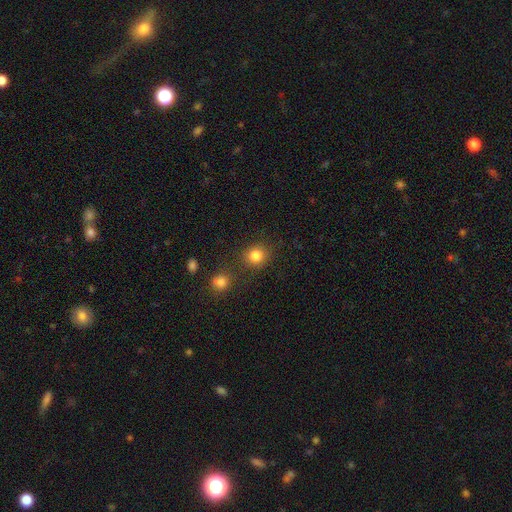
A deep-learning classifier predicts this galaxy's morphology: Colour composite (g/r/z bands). It shows a smooth galaxy with no disk features (83%) that is round (85%). Merging: none (80%).